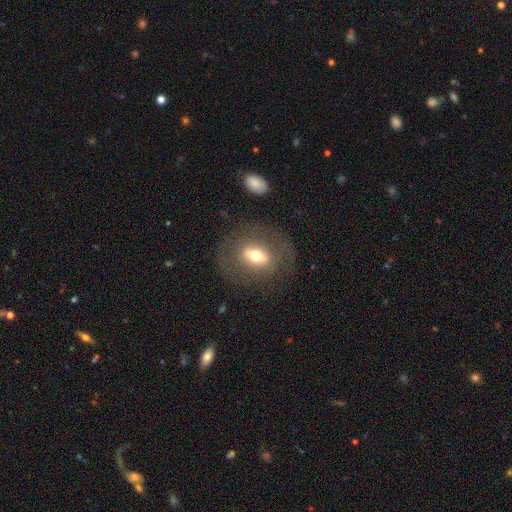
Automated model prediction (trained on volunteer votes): The model was most divided on "smooth or featured": smooth: 49%, featured or disk: 41%, star or artifact: 9%. More confident: merging — none (74%).